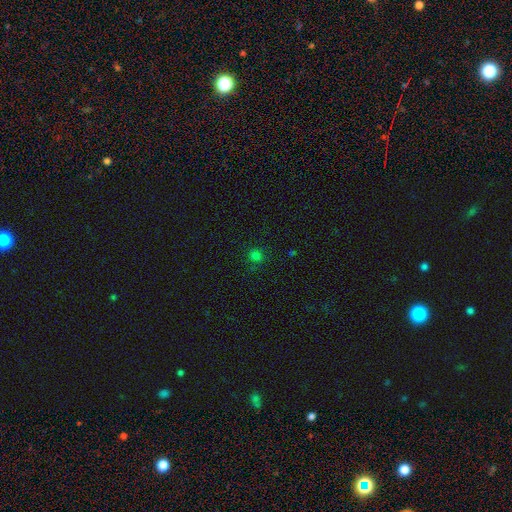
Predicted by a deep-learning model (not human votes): A smooth galaxy with no disk features (74%) that is round (88%). Merging: none (83%).